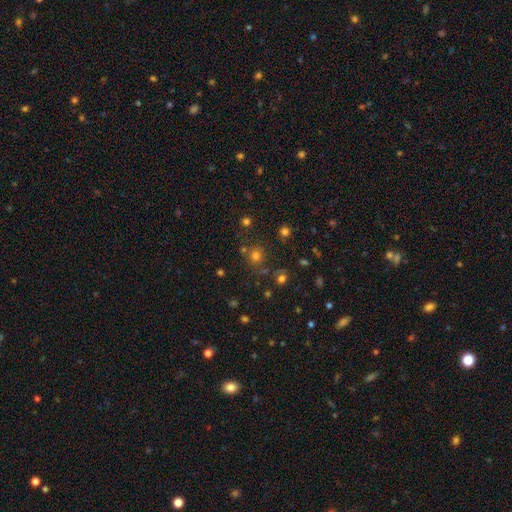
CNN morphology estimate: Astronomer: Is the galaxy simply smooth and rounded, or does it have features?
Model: smooth — 71%.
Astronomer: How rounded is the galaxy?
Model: round — 88%.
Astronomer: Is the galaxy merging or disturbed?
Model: none — 74%.